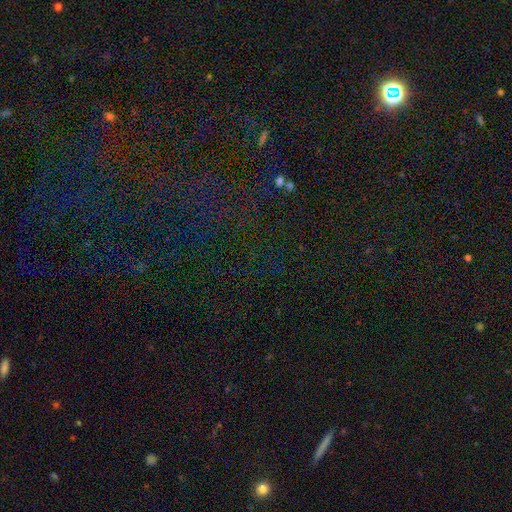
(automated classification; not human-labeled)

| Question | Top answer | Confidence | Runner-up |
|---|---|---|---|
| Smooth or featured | star or artifact | 80% | smooth (12%) |